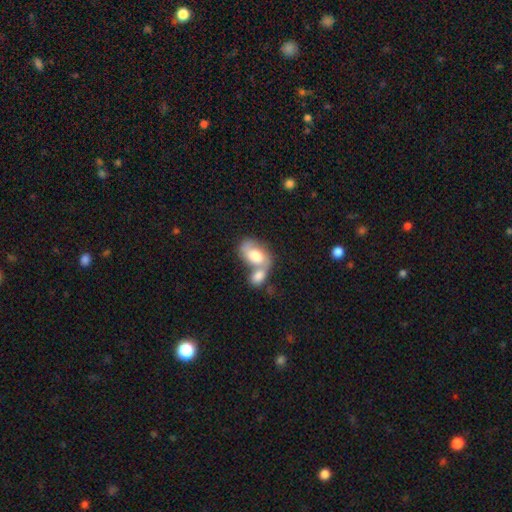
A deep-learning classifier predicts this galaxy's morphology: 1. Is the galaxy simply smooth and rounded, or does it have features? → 55% smooth, 39% featured or disk, 7% star or artifact.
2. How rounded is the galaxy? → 85% in between, 13% round, 2% cigar-shaped.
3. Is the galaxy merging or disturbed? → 67% merger, 18% none, 9% minor disturbance, 6% major disturbance.